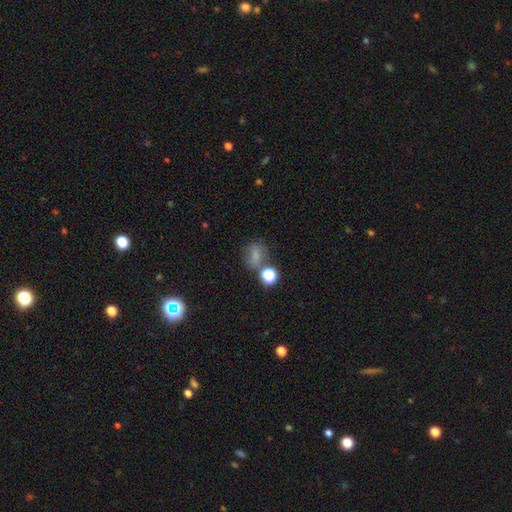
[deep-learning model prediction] A smooth galaxy with no disk features (66%) that is in between round and cigar-shaped (51%). Merging: none (55%).